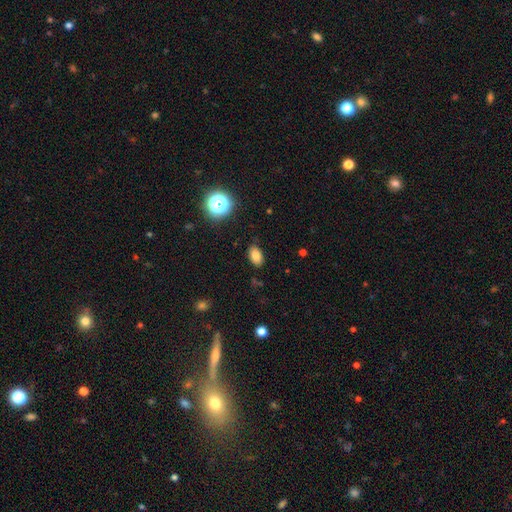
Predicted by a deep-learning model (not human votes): smooth 80%, star or artifact 13%, featured or disk 7%. Down the decision tree: how rounded — in between (88%); merging — none (85%).